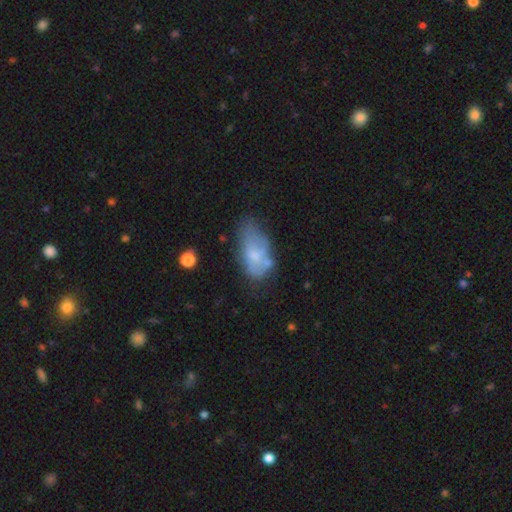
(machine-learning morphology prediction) A smooth galaxy with no disk features (56%) that is in between round and cigar-shaped (92%).

Vote fractions:
- Smooth or featured? smooth: 56% / featured or disk: 35% / star or artifact: 9%
- How rounded? in between: 92% / round: 5% / cigar-shaped: 4%
- Merging? none: 35% / minor disturbance: 34% / major disturbance: 20% / merger: 11%